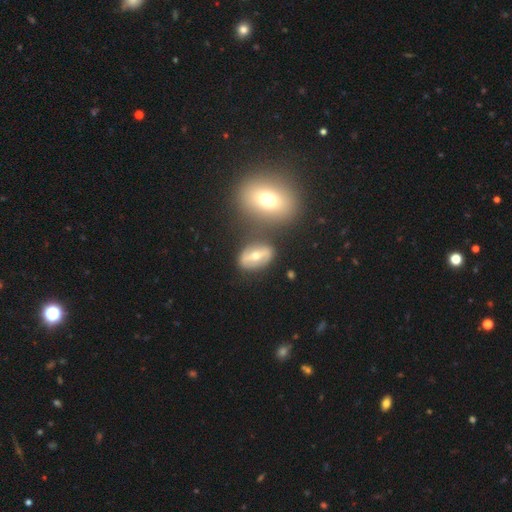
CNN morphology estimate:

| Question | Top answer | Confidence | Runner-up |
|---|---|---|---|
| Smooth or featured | featured or disk | 63% | smooth (30%) |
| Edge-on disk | no | 83% | yes (17%) |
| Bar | strong | 59% | weak (24%) |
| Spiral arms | no | 56% | yes (44%) |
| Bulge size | moderate | 66% | small (28%) |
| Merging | none | 73% | minor disturbance (13%) |